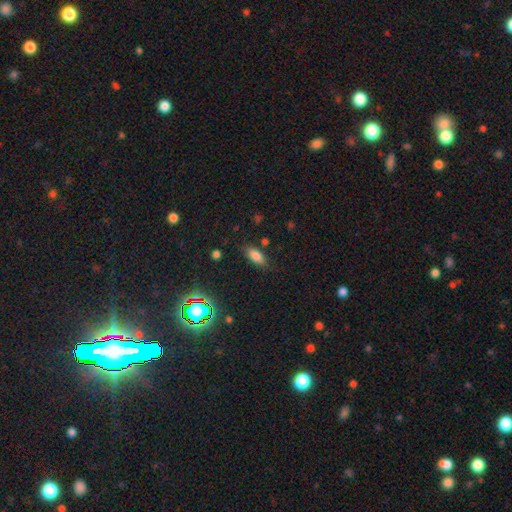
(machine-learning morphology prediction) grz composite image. It shows a smooth galaxy with no disk features (78%) that is in between round and cigar-shaped (82%). Merging: none (80%).